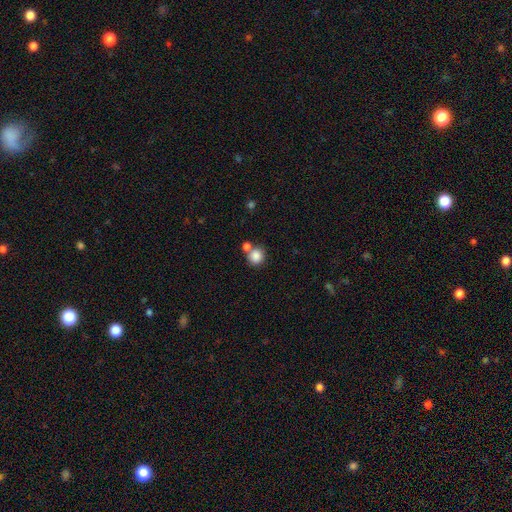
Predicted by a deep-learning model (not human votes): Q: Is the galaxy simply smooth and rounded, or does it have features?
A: smooth — 85%.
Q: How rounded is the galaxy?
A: round — 85%.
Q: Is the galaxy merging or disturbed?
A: none — 58%.